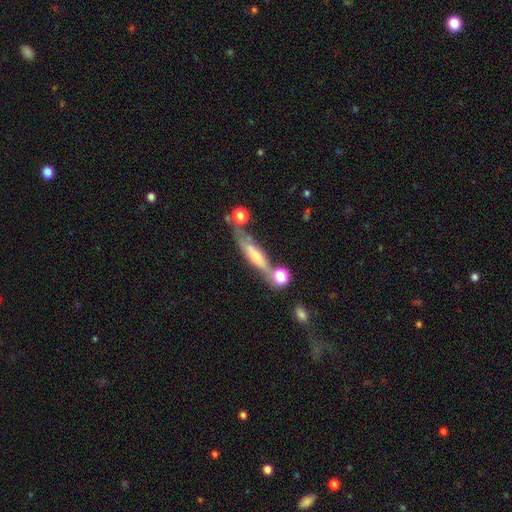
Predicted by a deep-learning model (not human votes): smooth_or_featured: featured or disk (p=0.46) [alt: smooth p=0.44]
merging: none (p=0.49) [alt: minor disturbance p=0.20]